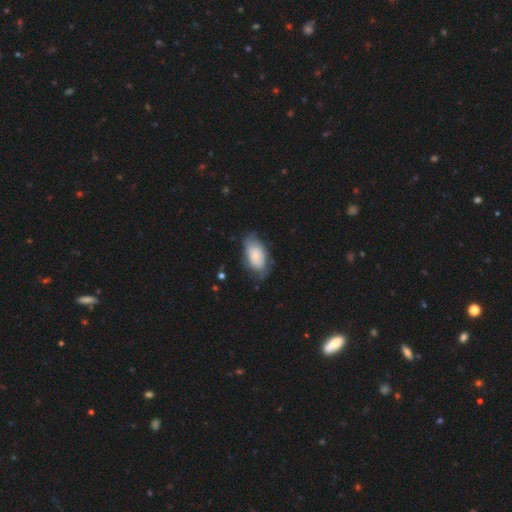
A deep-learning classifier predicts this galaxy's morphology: smooth-or-featured: smooth: 58% | featured or disk: 35% | star or artifact: 6%
  how-rounded: in between: 93% | round: 5% | cigar-shaped: 2%
  merging: none: 62% | minor disturbance: 27% | major disturbance: 9% | merger: 2%